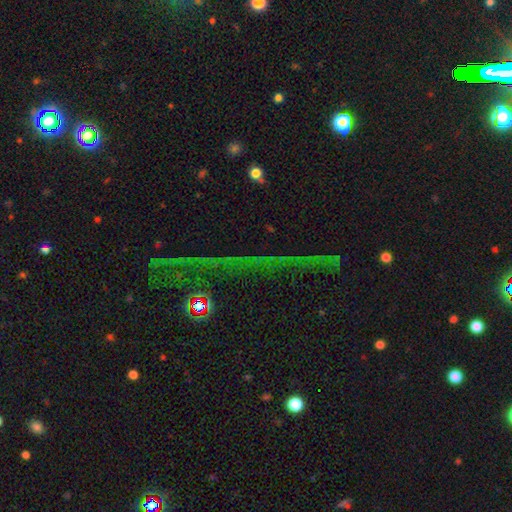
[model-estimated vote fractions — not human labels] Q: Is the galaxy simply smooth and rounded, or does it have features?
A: star or artifact — 73%.